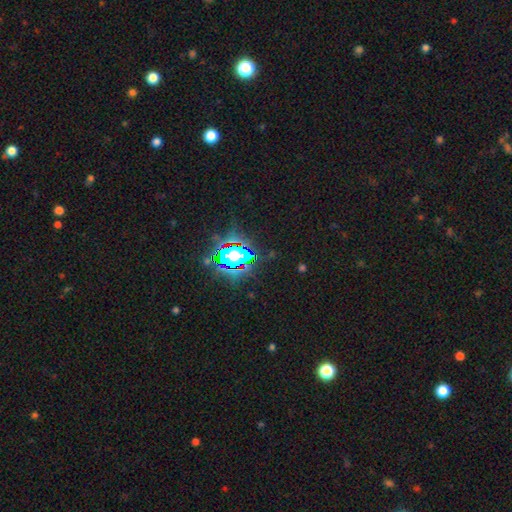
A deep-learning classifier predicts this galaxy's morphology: This is clearly a star or artifact rather than a galaxy (80%).